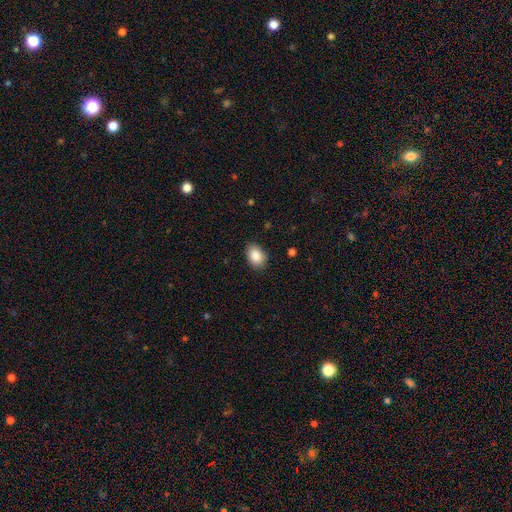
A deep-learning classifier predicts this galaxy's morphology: smooth 88%, star or artifact 8%, featured or disk 4%. Down the decision tree: how rounded — in between (79%); merging — none (84%).